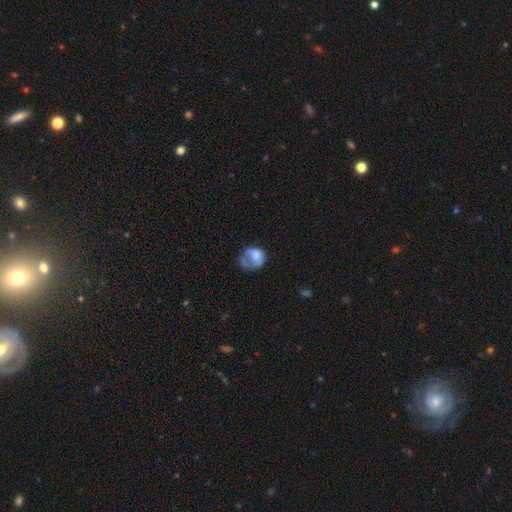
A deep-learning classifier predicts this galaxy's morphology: type=smooth (61%); roundness=round (57%); merging=major disturbance (38%).